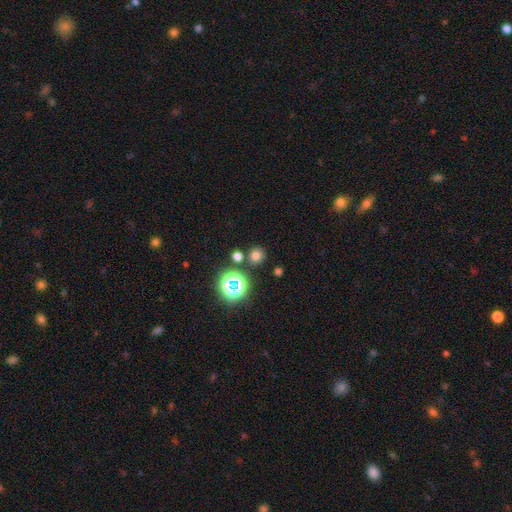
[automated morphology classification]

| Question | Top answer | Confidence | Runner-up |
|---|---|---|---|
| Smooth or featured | smooth | 67% | star or artifact (27%) |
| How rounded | round | 86% | in between (13%) |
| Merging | none | 82% | merger (8%) |